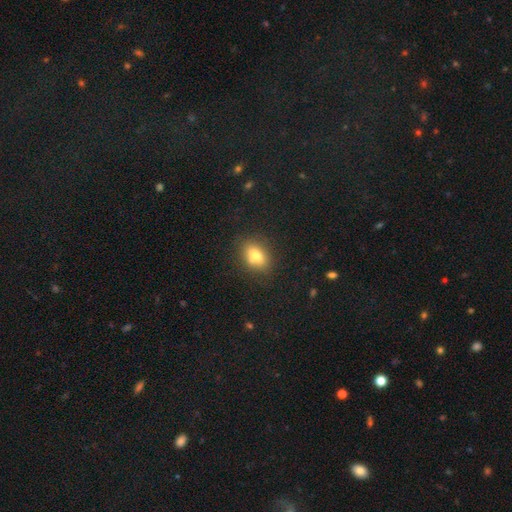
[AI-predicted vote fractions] Smooth or featured? Predicted: smooth (p=0.73). How rounded? Predicted: in between (p=0.72). Merging? Predicted: none (p=0.72).